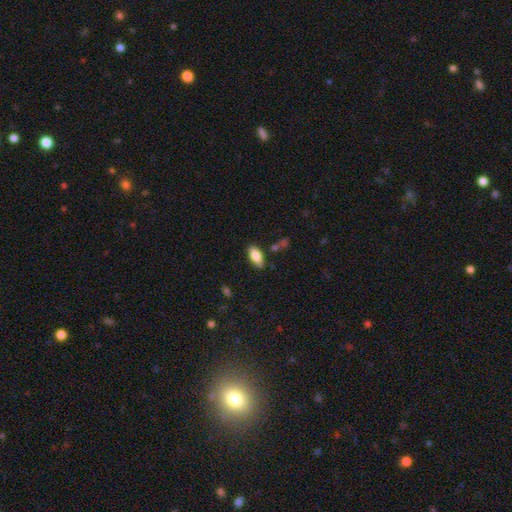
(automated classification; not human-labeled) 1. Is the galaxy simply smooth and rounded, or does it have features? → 82% smooth, 11% featured or disk, 7% star or artifact.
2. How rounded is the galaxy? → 88% in between, 10% cigar-shaped, 3% round.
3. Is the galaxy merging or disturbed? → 79% none, 15% minor disturbance, 3% merger, 3% major disturbance.